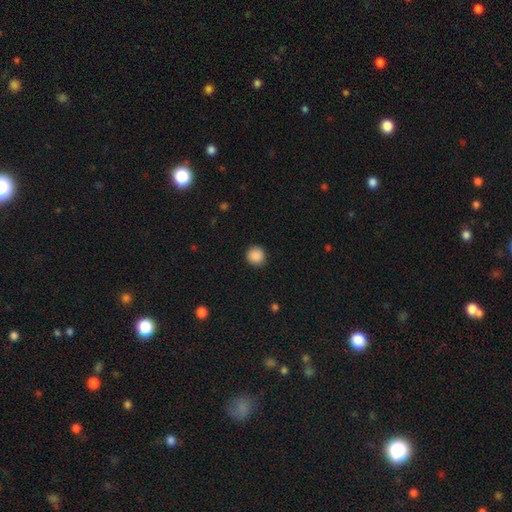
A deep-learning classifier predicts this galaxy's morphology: Q: Smooth or featured?
A: smooth (89%); runner-up: star or artifact (9%)
Q: How rounded?
A: round (92%); runner-up: in between (7%)
Q: Merging?
A: none (90%); runner-up: minor disturbance (7%)